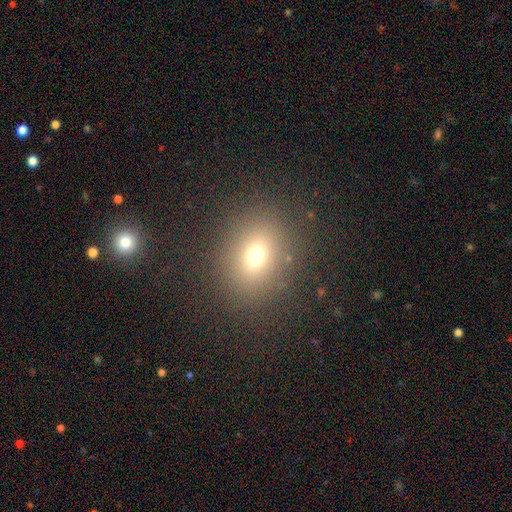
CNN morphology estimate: This appears to be a smooth galaxy with no disk features (69%) that is round (65%). Merging: none (85%).